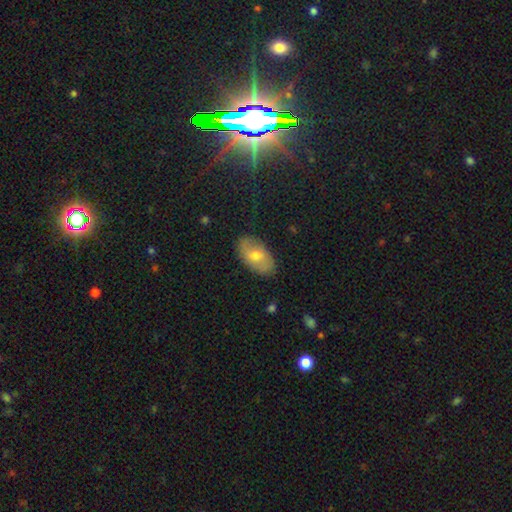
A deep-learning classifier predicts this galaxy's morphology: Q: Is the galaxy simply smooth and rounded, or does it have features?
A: smooth — 60%.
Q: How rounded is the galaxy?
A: in between — 93%.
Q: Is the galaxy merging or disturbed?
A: none — 84%.